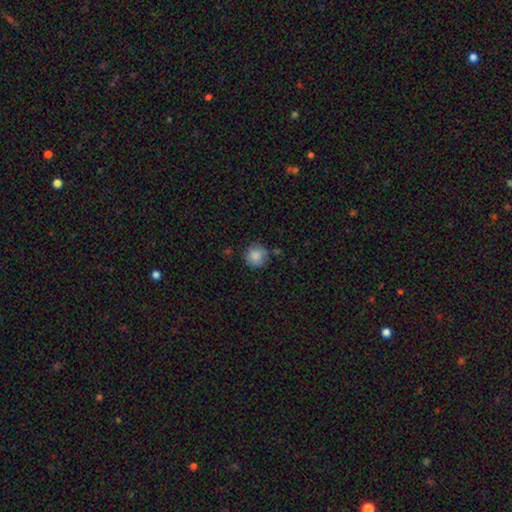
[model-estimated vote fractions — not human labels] smooth-or-featured: smooth: 85% | star or artifact: 9% | featured or disk: 6%
  how-rounded: round: 92% | in between: 7% | cigar-shaped: 1%
  merging: none: 76% | minor disturbance: 17% | major disturbance: 4% | merger: 3%